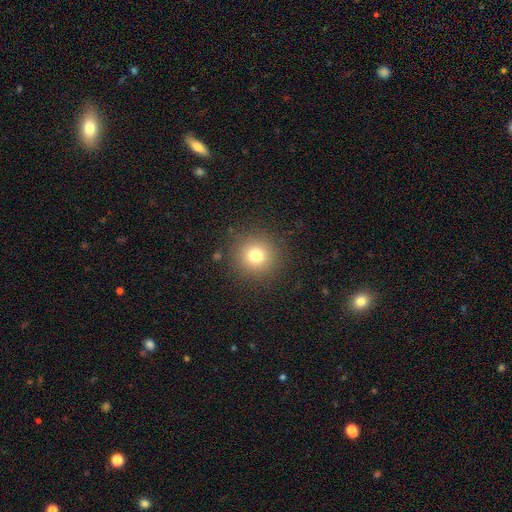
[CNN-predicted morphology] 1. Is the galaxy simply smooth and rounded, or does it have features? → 76% smooth, 15% star or artifact, 9% featured or disk.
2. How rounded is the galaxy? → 94% round, 5% in between, 1% cigar-shaped.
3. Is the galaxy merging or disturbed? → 89% none, 6% minor disturbance, 3% major disturbance, 1% merger.